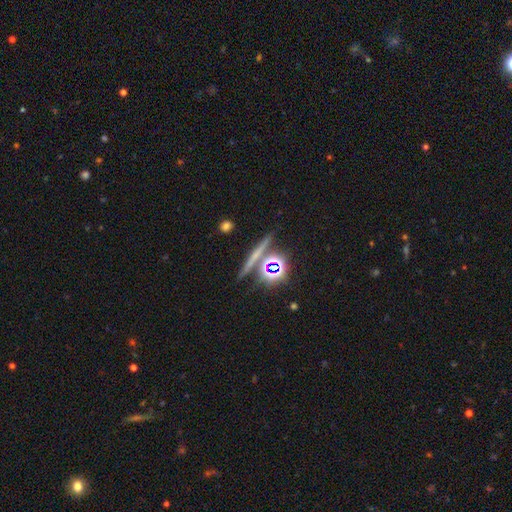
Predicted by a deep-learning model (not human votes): Smooth or featured? star or artifact (37%)